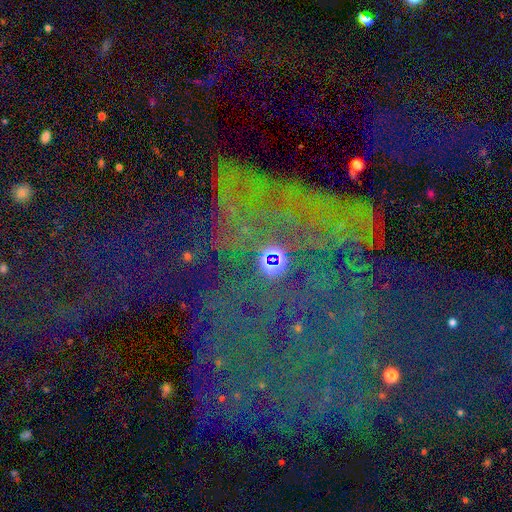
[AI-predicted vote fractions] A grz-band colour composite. It shows a star or artifact, not a galaxy (65%).